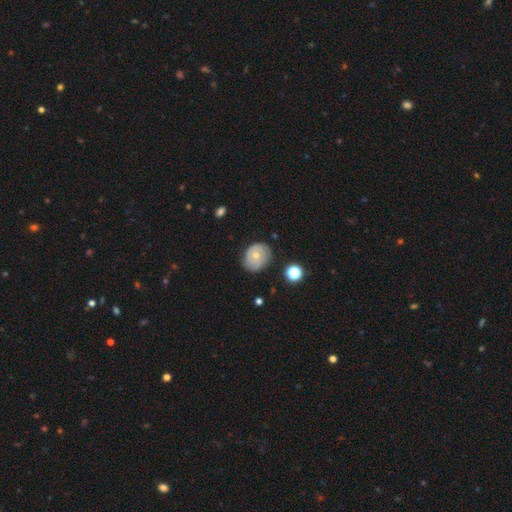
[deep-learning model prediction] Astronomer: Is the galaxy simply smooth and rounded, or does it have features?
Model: featured or disk — 51% (runner-up: smooth, 40%).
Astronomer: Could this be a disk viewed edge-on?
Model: no — 96%.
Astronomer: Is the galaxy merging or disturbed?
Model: none — 73%.